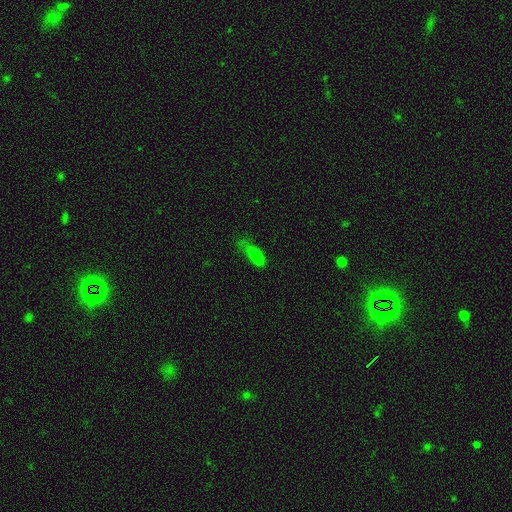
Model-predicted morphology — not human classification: smooth 80%, star or artifact 13%, featured or disk 7%. Down the decision tree: how rounded — in between (67%); merging — none (44%).